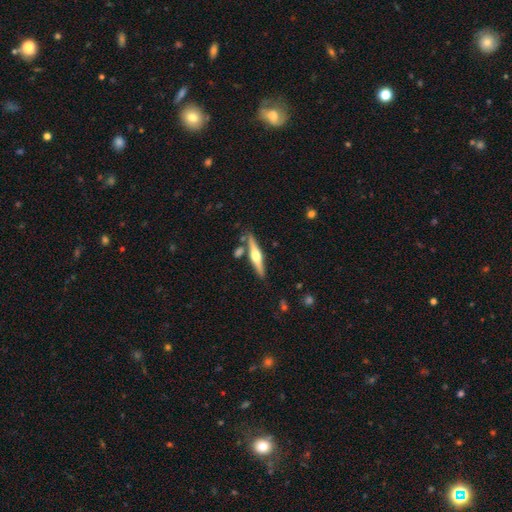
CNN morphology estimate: The model was most divided on "smooth or featured": featured or disk: 72%, smooth: 23%, star or artifact: 5%. More confident: edge-on disk — yes (98%); edge-on bulge — rounded (93%); merging — none (82%).